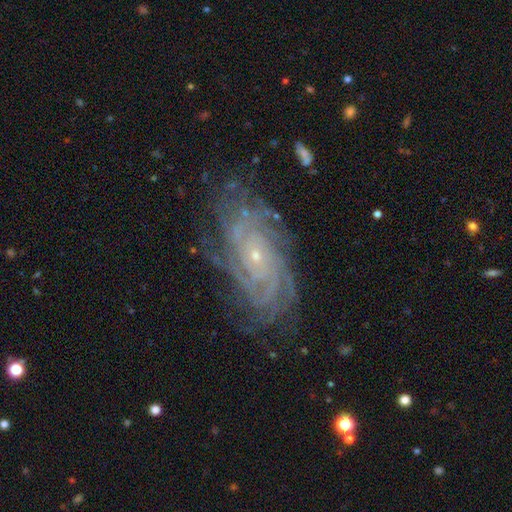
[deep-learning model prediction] A featured or disk galaxy (87%) with no bar (77%), tight (76%) spiral arms (97%) and a small central bulge (84%). Merging: none (78%).